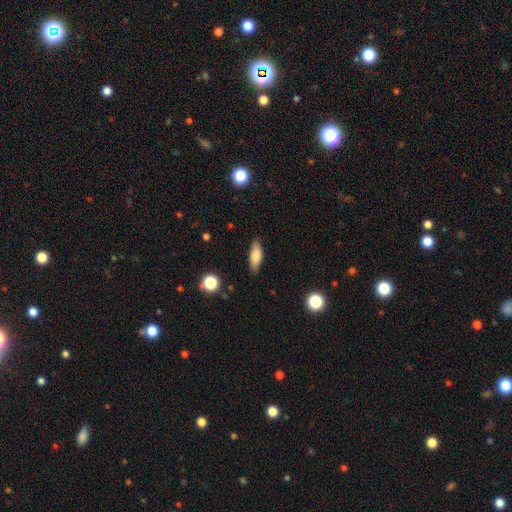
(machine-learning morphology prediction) Smooth or featured?
  - smooth: 77% *
  - featured or disk: 16%
  - star or artifact: 7%
How rounded?
  - in between: 67% *
  - cigar-shaped: 30%
  - round: 3%
Merging?
  - none: 86% *
  - minor disturbance: 11%
  - major disturbance: 2%
  - merger: 1%